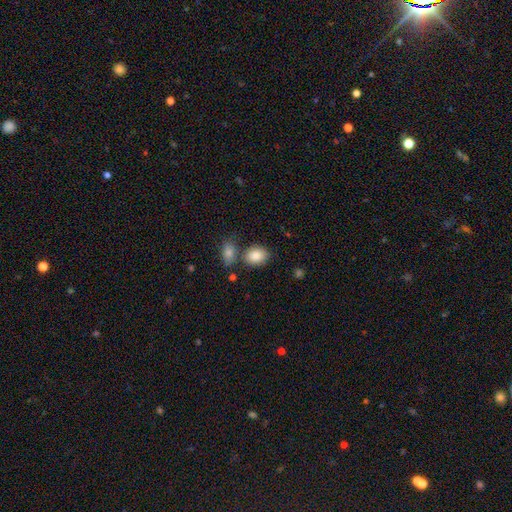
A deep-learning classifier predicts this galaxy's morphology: smooth-or-featured: smooth: 87% | star or artifact: 7% | featured or disk: 6%
  how-rounded: in between: 65% | round: 34% | cigar-shaped: 1%
  merging: none: 67% | merger: 16% | minor disturbance: 13% | major disturbance: 4%